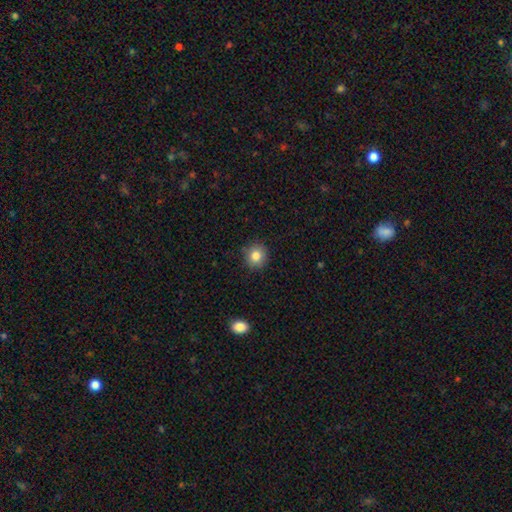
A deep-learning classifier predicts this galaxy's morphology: This is clearly a smooth galaxy (82%). How rounded: clearly round (89%). Merging: clearly none (88%).